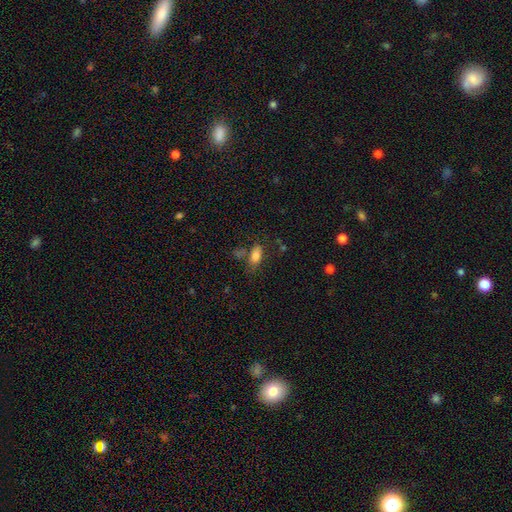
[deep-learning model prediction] Morphology: type=smooth (80%); roundness=in between (87%); merging=none (63%).